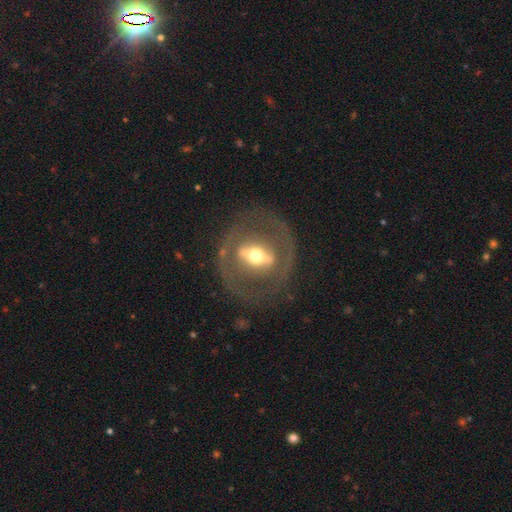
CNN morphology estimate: This is likely a featured or disk galaxy (73%). It is clearly not viewed edge-on (87%). Bar: possibly strong (58%). Spiral arm pattern: likely no (72%). Central bulge: likely moderate (64%). Merging: likely none (76%).